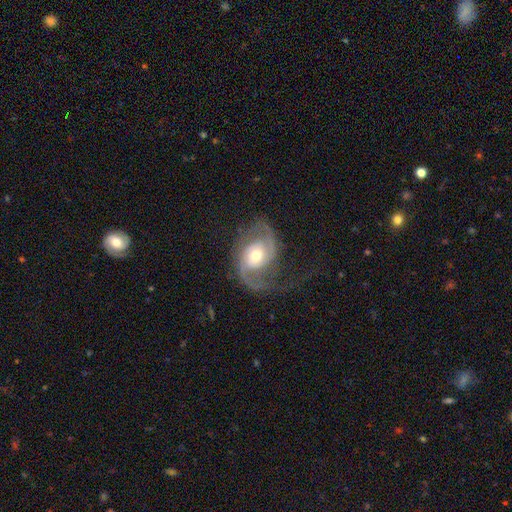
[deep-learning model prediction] Overall: featured or disk (86%). Edge-on disk: no (97%). Bar: no (60%; weak 31%). Spiral arms: yes (95%). Spiral arm count: 2 (83%). Spiral winding: medium (47%; loose 33%). Bulge size: moderate (65%). Merging: none (55%; major disturbance 25%).